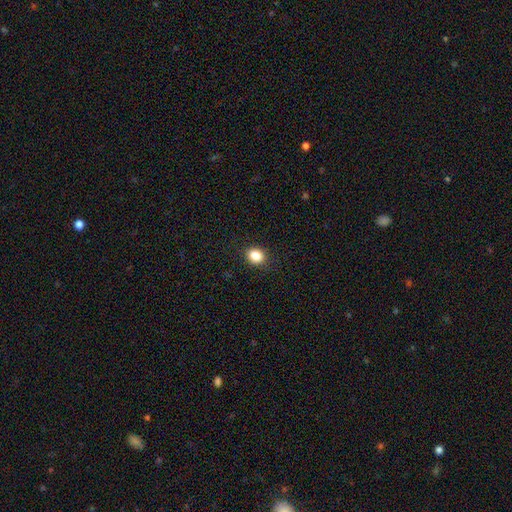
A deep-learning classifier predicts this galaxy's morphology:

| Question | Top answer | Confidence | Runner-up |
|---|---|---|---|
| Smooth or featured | smooth | 85% | star or artifact (10%) |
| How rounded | round | 60% | in between (39%) |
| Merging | none | 89% | minor disturbance (8%) |